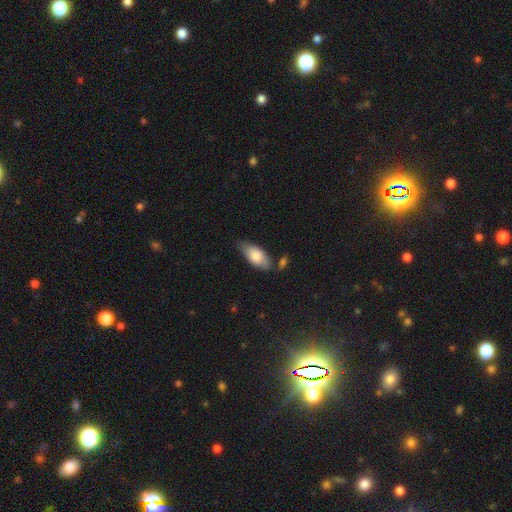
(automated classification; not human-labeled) Q: Smooth or featured?
A: smooth (78%); runner-up: featured or disk (16%)
Q: How rounded?
A: in between (85%); runner-up: cigar-shaped (13%)
Q: Merging?
A: none (65%); runner-up: minor disturbance (22%)